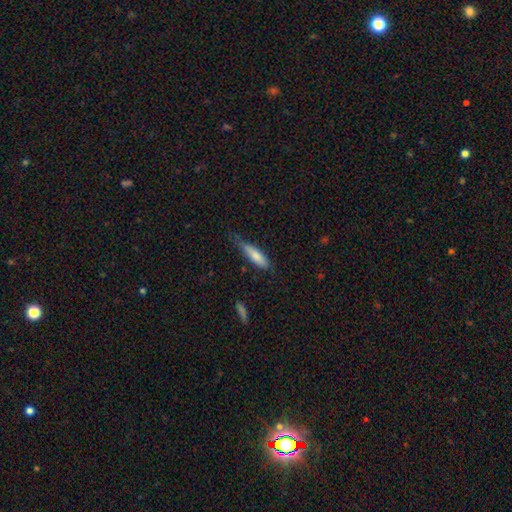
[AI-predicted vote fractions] Smooth or featured? Predicted: smooth (p=0.77). How rounded? Predicted: cigar-shaped (p=0.66). Merging? Predicted: none (p=0.49).